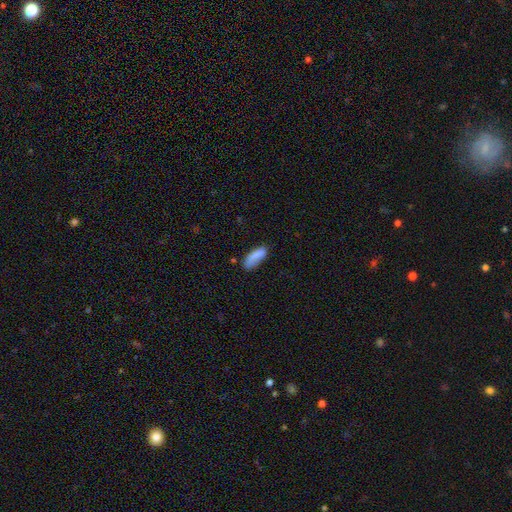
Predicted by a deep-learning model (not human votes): A smooth galaxy with no disk features (82%) that is in between round and cigar-shaped (68%). Merging: none (61%).